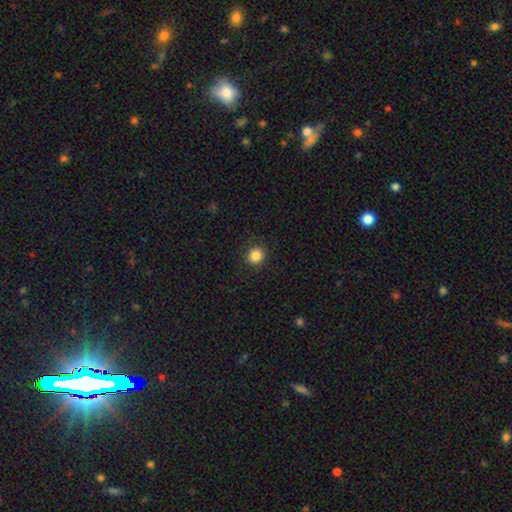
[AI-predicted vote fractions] Morphology: type=smooth (85%); roundness=round (84%); merging=none (90%).